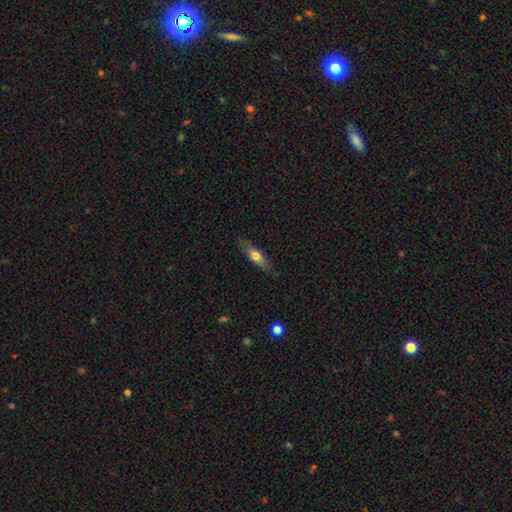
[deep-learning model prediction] smooth-or-featured: smooth: 61% | featured or disk: 33% | star or artifact: 7%
  how-rounded: cigar-shaped: 56% | in between: 41% | round: 3%
  merging: none: 82% | minor disturbance: 13% | major disturbance: 3% | merger: 1%